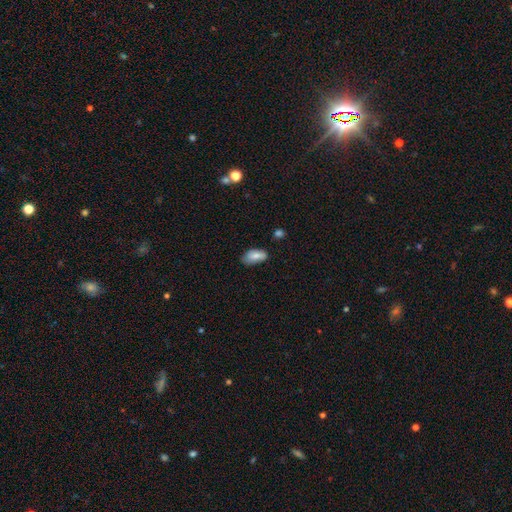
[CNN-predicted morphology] Q: Smooth or featured?
A: smooth (79%); runner-up: featured or disk (14%)
Q: How rounded?
A: in between (92%); runner-up: cigar-shaped (4%)
Q: Merging?
A: none (61%); runner-up: minor disturbance (31%)